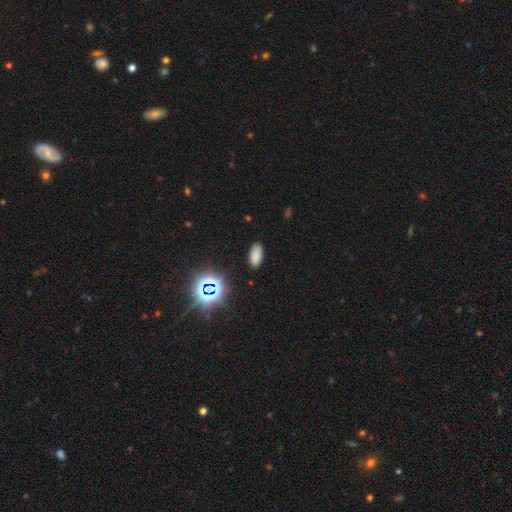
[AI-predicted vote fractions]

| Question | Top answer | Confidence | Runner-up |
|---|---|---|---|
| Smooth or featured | smooth | 77% | star or artifact (18%) |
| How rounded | in between | 89% | cigar-shaped (8%) |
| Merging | none | 87% | minor disturbance (9%) |